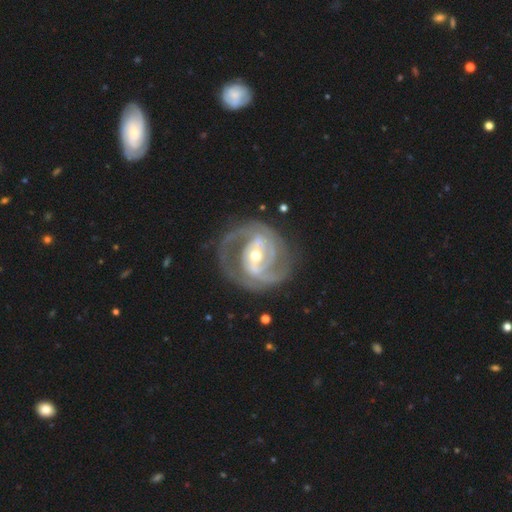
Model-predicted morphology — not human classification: Overall: featured or disk (89%). Edge-on disk: no (97%). Bar: weak (38%; strong 37%). Spiral arms: yes (95%). Spiral arm count: 2 (61%). Spiral winding: tight (49%; medium 41%). Bulge size: moderate (56%; small 38%). Merging: none (72%).